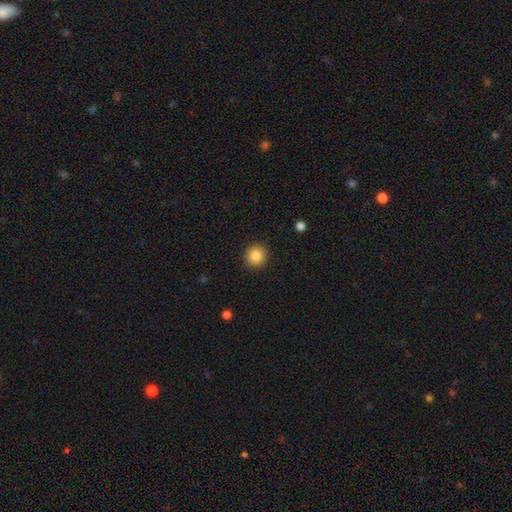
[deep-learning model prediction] smooth 84%, star or artifact 9%, featured or disk 6%. Down the decision tree: how rounded — round (92%); merging — none (92%).